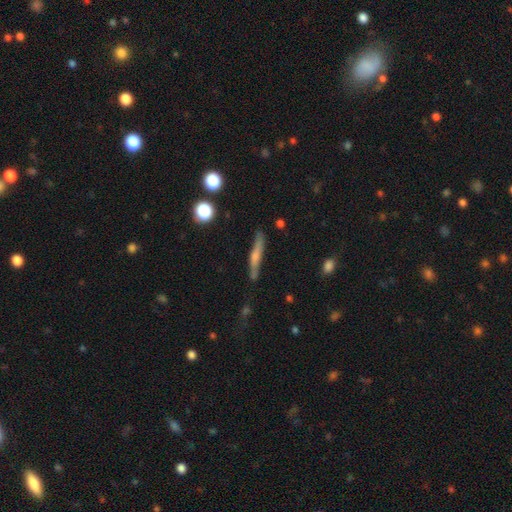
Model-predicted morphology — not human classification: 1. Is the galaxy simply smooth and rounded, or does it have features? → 48% smooth, 45% featured or disk, 8% star or artifact.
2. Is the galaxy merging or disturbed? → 80% none, 14% minor disturbance, 3% major disturbance, 2% merger.